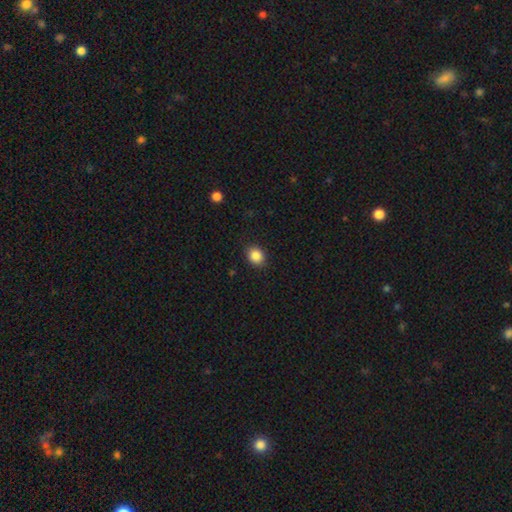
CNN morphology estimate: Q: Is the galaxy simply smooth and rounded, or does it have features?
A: smooth — 87%.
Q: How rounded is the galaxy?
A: round — 63%.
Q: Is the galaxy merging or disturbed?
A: none — 89%.